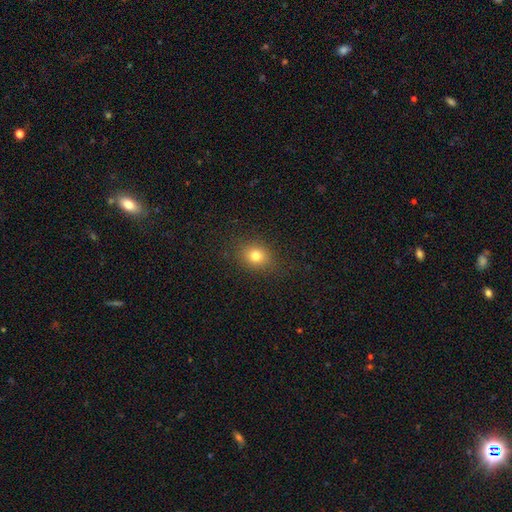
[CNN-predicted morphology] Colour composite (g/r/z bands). It shows a smooth galaxy with no disk features (78%) that is round (57%). Merging: none (85%).